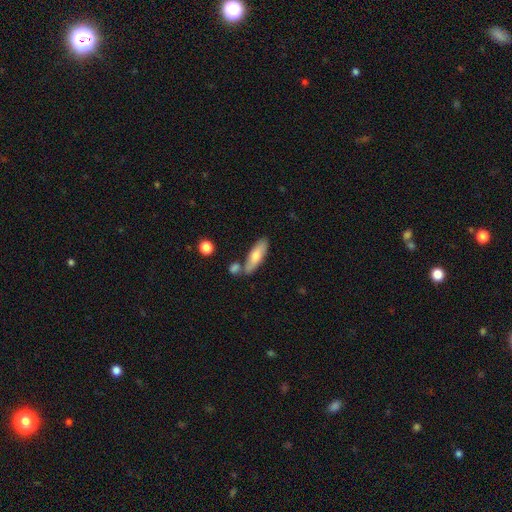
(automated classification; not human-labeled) Overall: smooth (67%). How rounded: cigar-shaped (50%; in between 48%). Merging: none (67%).